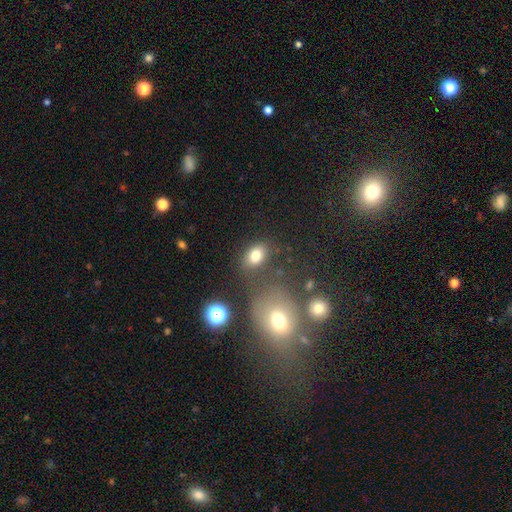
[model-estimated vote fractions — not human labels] This is likely a smooth galaxy (78%). How rounded: likely in between (73%). Merging: likely none (74%).